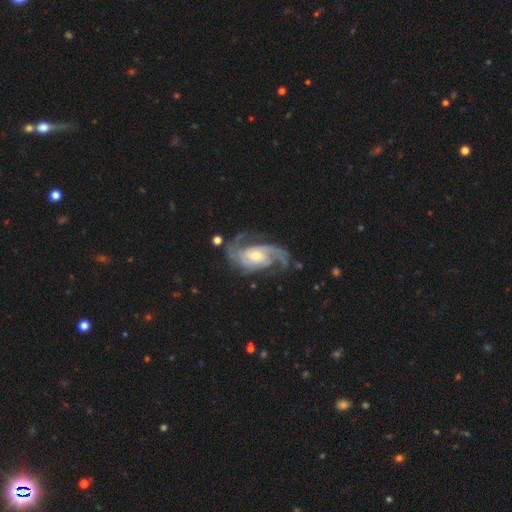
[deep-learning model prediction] Smooth or featured? Predicted: featured or disk (p=0.89). Edge-on disk? Predicted: no (p=0.97). Bar? Predicted: no (p=0.56). Spiral arms? Predicted: yes (p=0.96). Spiral winding? Predicted: medium (p=0.48). Spiral arm count? Predicted: 2 (p=0.68). Bulge size? Predicted: moderate (p=0.52). Merging? Predicted: none (p=0.61).